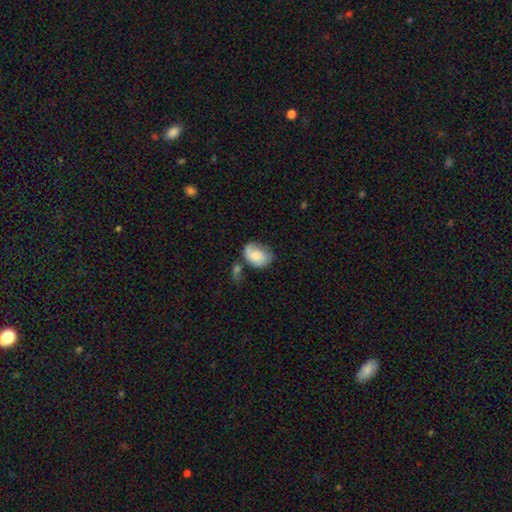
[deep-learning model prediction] Overall: smooth (63%; featured or disk 30%). How rounded: in between (70%). Merging: none (37%; minor disturbance 30%).